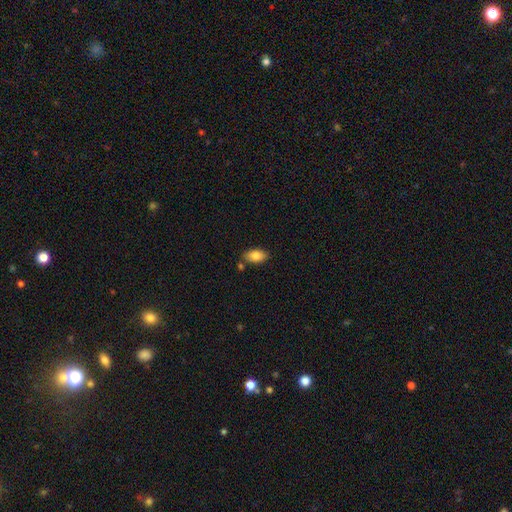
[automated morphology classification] A smooth galaxy with no disk features (84%) that is in between round and cigar-shaped (92%). Merging: none (78%).